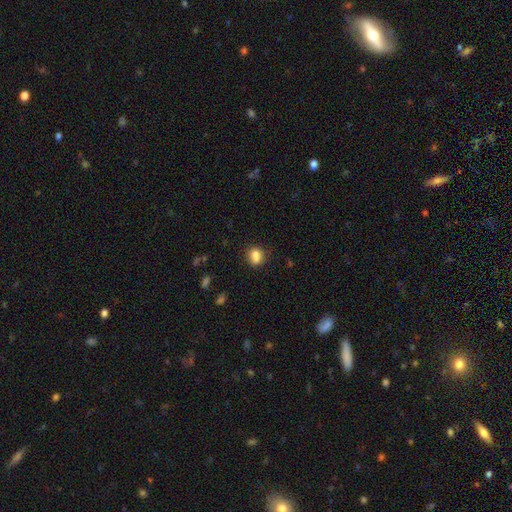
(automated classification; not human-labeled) Smooth or featured? Predicted: smooth (p=0.80). How rounded? Predicted: in between (p=0.49, tied with round). Merging? Predicted: none (p=0.60).